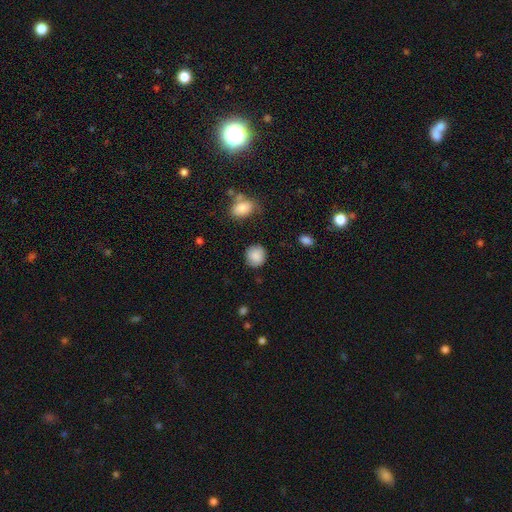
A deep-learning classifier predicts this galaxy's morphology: Smooth or featured: smooth — 86% (star or artifact — 8%)
How rounded: round — 85% (in between — 14%)
Merging: none — 81% (minor disturbance — 13%)